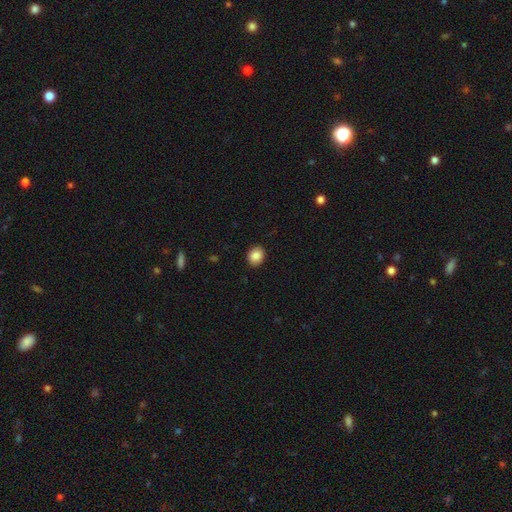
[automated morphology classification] smooth_or_featured: smooth (p=0.87) [alt: star or artifact p=0.09]
how_rounded: round (p=0.63) [alt: in between p=0.36]
merging: none (p=0.91) [alt: minor disturbance p=0.07]